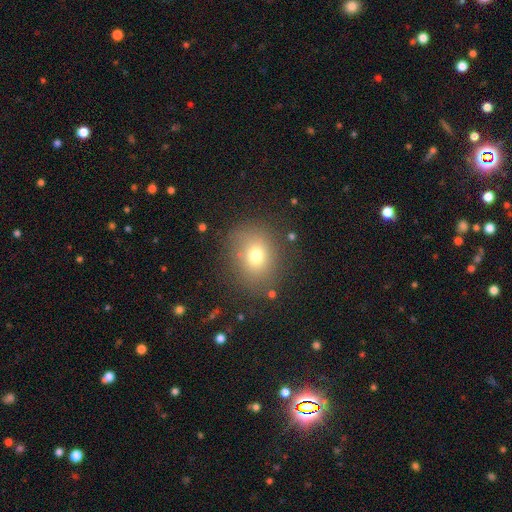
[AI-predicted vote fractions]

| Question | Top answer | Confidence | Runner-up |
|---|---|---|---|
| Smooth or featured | smooth | 70% | star or artifact (16%) |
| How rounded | round | 65% | in between (34%) |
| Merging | none | 79% | minor disturbance (13%) |